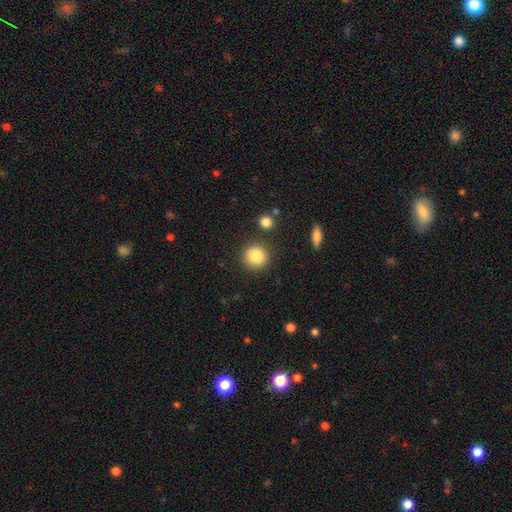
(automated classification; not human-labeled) smooth-or-featured: smooth: 85% | star or artifact: 9% | featured or disk: 6%
  how-rounded: round: 91% | in between: 8% | cigar-shaped: 1%
  merging: none: 86% | minor disturbance: 7% | merger: 4% | major disturbance: 3%